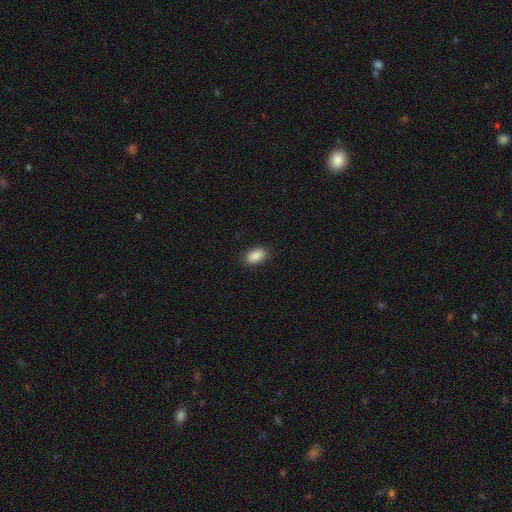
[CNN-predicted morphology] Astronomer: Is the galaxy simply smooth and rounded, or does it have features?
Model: smooth — 90%.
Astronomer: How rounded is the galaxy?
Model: in between — 92%.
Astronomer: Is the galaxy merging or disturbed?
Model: none — 88%.